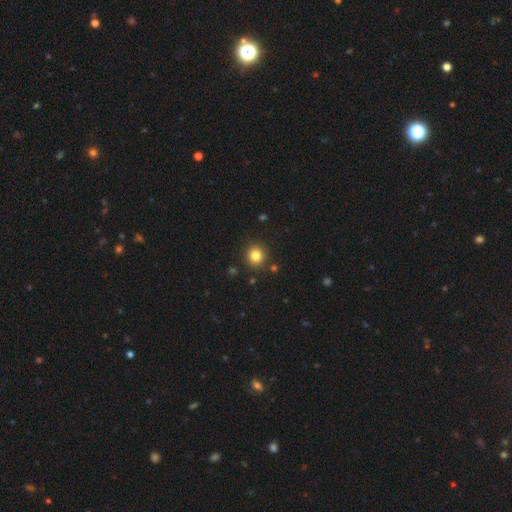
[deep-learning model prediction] smooth-or-featured: smooth: 82% | star or artifact: 12% | featured or disk: 6%
  how-rounded: round: 89% | in between: 10% | cigar-shaped: 1%
  merging: none: 89% | minor disturbance: 7% | merger: 2% | major disturbance: 2%